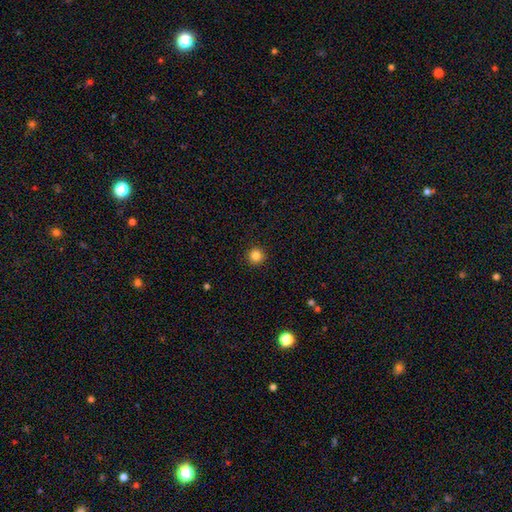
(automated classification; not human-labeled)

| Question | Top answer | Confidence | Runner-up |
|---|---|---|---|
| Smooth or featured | smooth | 84% | star or artifact (11%) |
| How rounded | round | 96% | in between (3%) |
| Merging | none | 93% | minor disturbance (4%) |